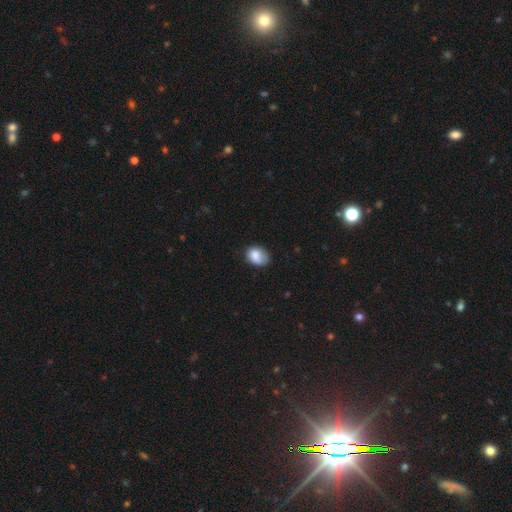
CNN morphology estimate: The model was most divided on "merging": none: 61%, minor disturbance: 30%, major disturbance: 7%, merger: 2%. More confident: smooth or featured — smooth (84%); how rounded — in between (66%).